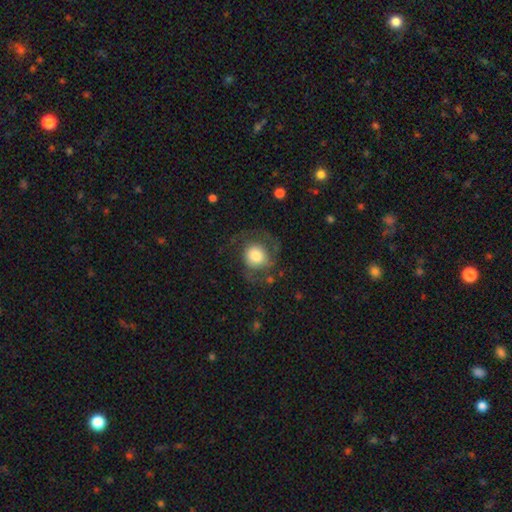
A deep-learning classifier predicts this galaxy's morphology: A smooth galaxy with no disk features (50%).

Vote fractions:
- Smooth or featured? smooth: 50% / featured or disk: 43% / star or artifact: 8%
- Merging? none: 50% / major disturbance: 28% / minor disturbance: 20% / merger: 2%